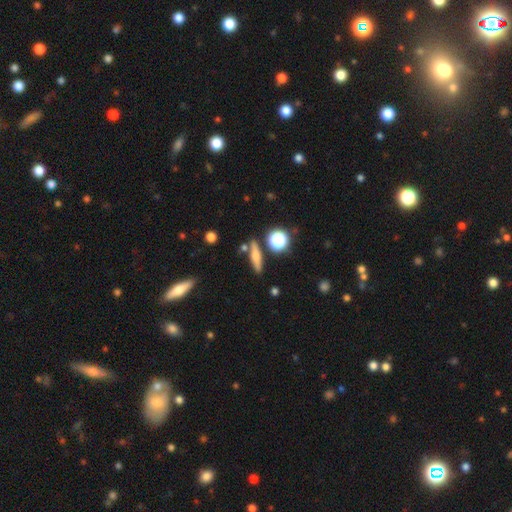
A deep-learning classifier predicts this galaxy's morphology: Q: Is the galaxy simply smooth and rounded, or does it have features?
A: smooth — 49%.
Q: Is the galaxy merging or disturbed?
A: none — 78%.